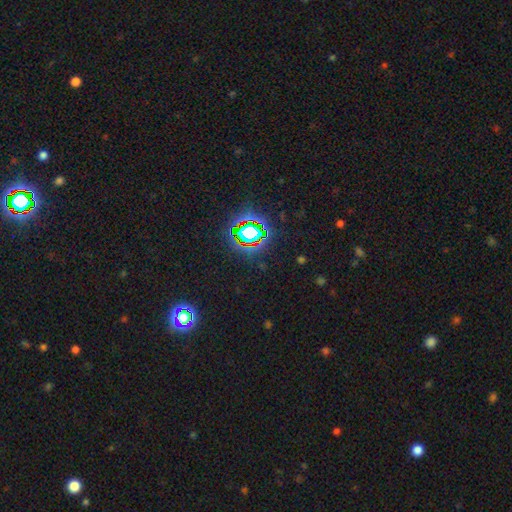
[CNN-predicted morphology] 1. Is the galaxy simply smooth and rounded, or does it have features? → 82% star or artifact, 11% smooth, 7% featured or disk.